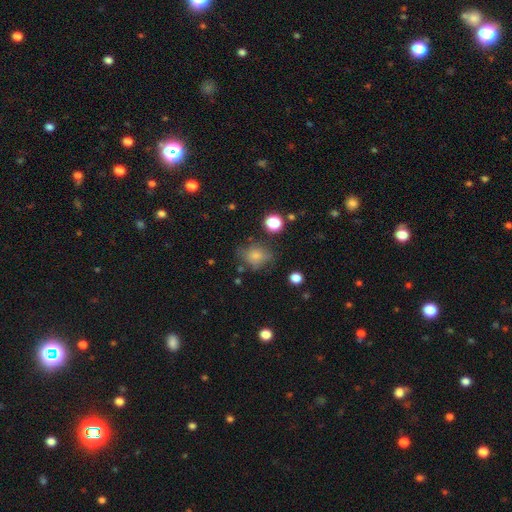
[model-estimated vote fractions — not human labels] Q: Smooth or featured?
A: smooth (74%); runner-up: star or artifact (13%)
Q: How rounded?
A: round (57%); runner-up: in between (42%)
Q: Merging?
A: none (56%); runner-up: minor disturbance (27%)